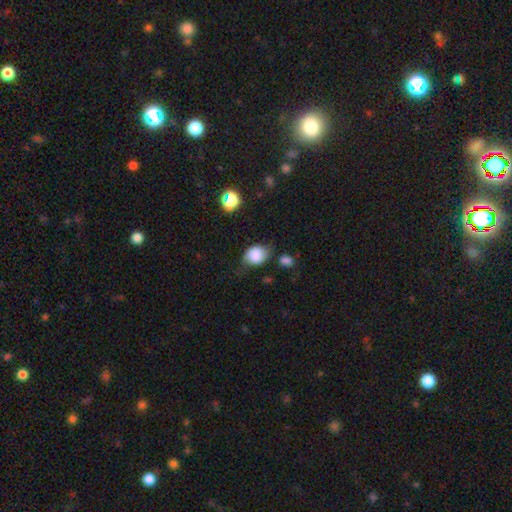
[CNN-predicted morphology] This appears to be a smooth galaxy with no disk features (78%) that is in between round and cigar-shaped (54%). Merging: none (53%).